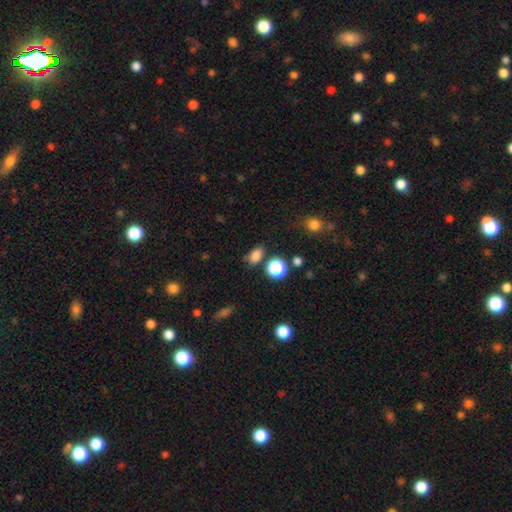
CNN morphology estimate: Smooth or featured: smooth — 80% (star or artifact — 15%)
How rounded: in between — 75% (round — 23%)
Merging: none — 74% (minor disturbance — 16%)